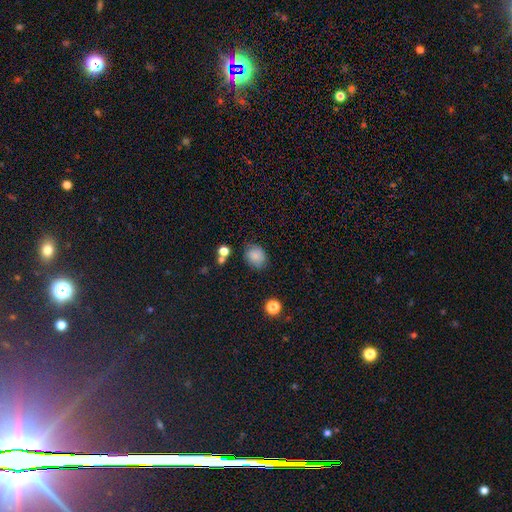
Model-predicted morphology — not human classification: A smooth galaxy with no disk features (82%) that is round (57%). Merging: none (75%).